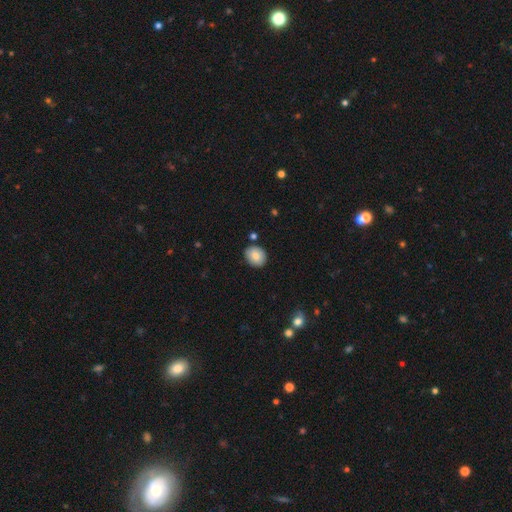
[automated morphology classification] smooth-or-featured: smooth: 81% | featured or disk: 11% | star or artifact: 8%
  how-rounded: round: 63% | in between: 36% | cigar-shaped: 1%
  merging: none: 85% | minor disturbance: 10% | merger: 3% | major disturbance: 2%